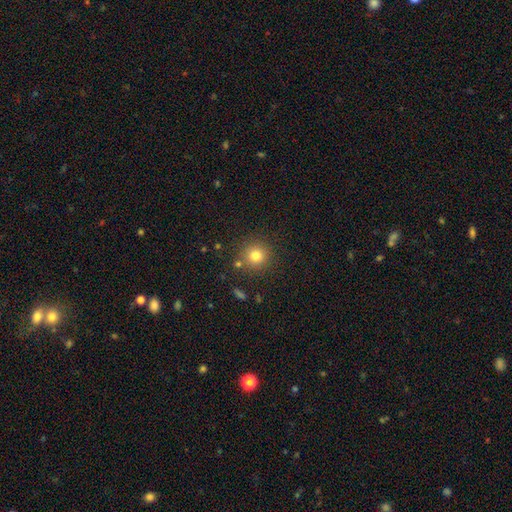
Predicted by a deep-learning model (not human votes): Smooth or featured? smooth (79%)
How rounded? round (94%)
Merging? none (85%)